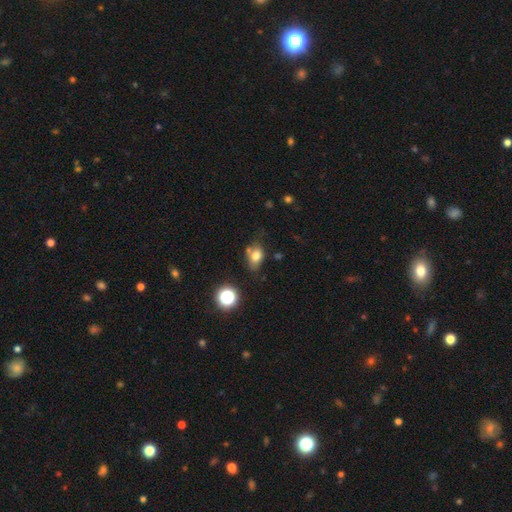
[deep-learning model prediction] Overall: smooth (76%). How rounded: in between (72%). Merging: none (58%; minor disturbance 25%).